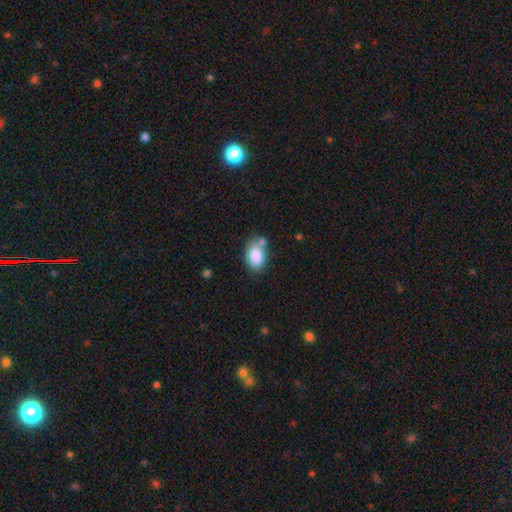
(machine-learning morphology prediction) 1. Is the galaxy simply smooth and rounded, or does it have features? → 85% smooth, 8% featured or disk, 7% star or artifact.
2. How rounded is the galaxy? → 86% in between, 13% round, 1% cigar-shaped.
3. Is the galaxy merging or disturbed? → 64% none, 17% minor disturbance, 14% merger, 4% major disturbance.